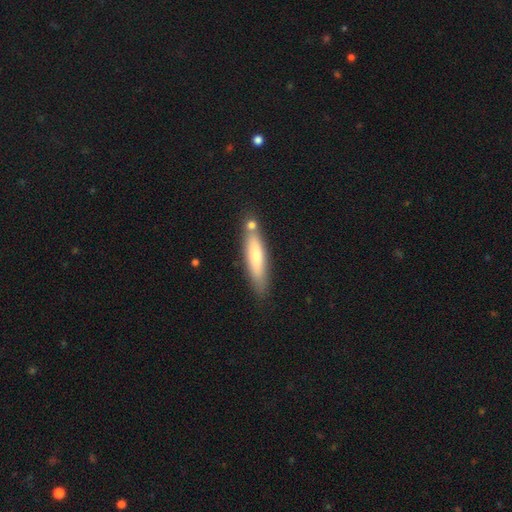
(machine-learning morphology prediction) Smooth or featured? smooth (68%)
How rounded? cigar-shaped (81%)
Merging? none (71%)